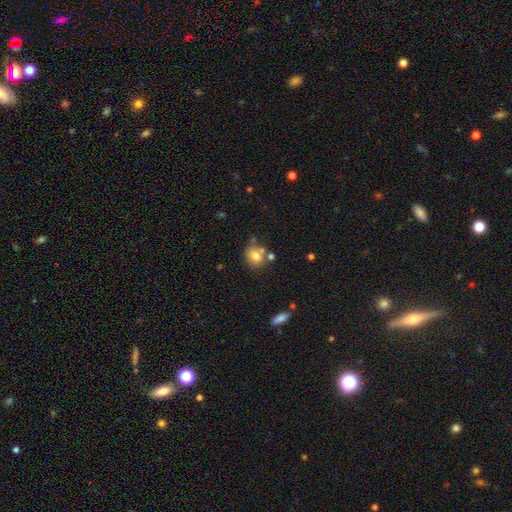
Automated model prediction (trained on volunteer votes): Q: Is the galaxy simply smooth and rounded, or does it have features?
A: smooth — 76%.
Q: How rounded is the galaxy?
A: round — 70%.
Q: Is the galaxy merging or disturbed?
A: none — 64%.